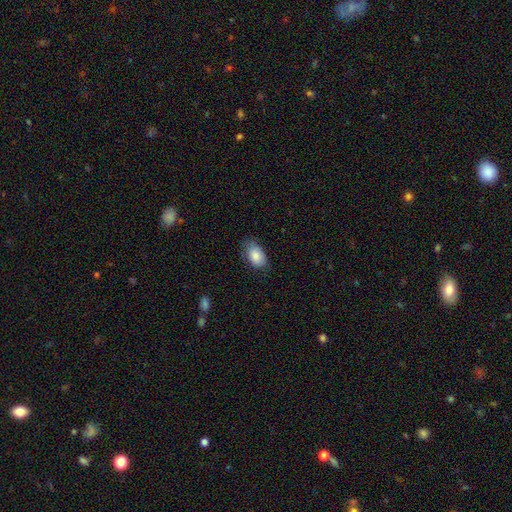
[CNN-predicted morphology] The model was most divided on "merging": none: 66%, minor disturbance: 27%, major disturbance: 6%, merger: 1%. More confident: how rounded — in between (91%); smooth or featured — smooth (85%).